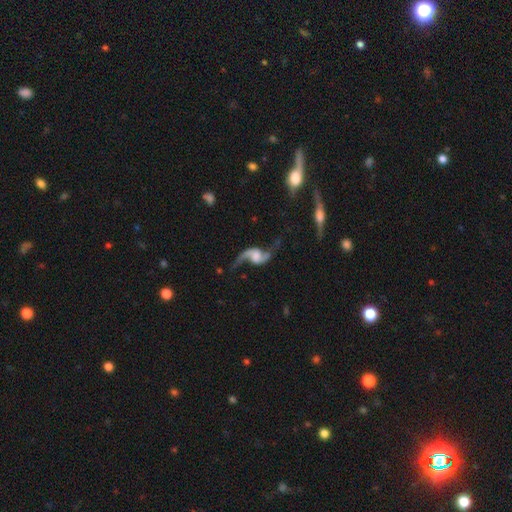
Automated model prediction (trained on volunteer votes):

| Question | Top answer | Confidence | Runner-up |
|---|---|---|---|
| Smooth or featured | featured or disk | 89% | star or artifact (5%) |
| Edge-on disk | no | 97% | yes (3%) |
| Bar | no | 47% | weak (39%) |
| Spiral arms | yes | 97% | no (3%) |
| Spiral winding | loose | 87% | medium (11%) |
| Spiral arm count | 2 | 93% | 1 (3%) |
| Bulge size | none | 31% | moderate (25%) |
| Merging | none | 69% | minor disturbance (15%) |